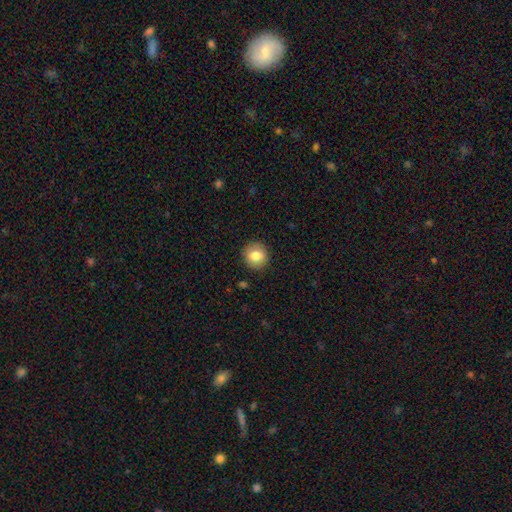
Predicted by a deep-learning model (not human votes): Smooth or featured?
  - smooth: 83% *
  - star or artifact: 9%
  - featured or disk: 9%
How rounded?
  - round: 91% *
  - in between: 8%
  - cigar-shaped: 1%
Merging?
  - none: 90% *
  - minor disturbance: 7%
  - major disturbance: 2%
  - merger: 1%